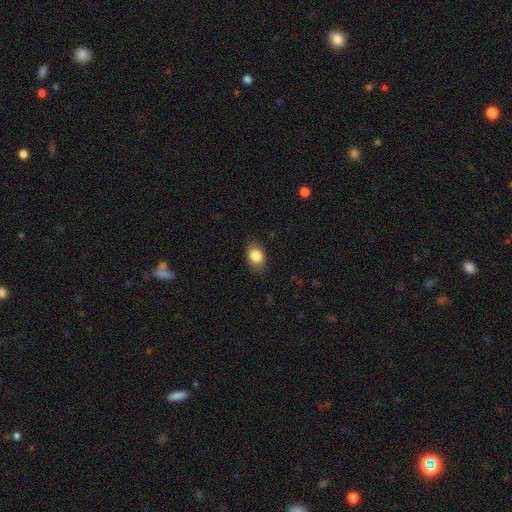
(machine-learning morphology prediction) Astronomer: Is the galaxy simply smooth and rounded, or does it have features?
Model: smooth — 83%.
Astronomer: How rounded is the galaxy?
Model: in between — 78%.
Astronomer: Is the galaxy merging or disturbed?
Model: none — 79%.